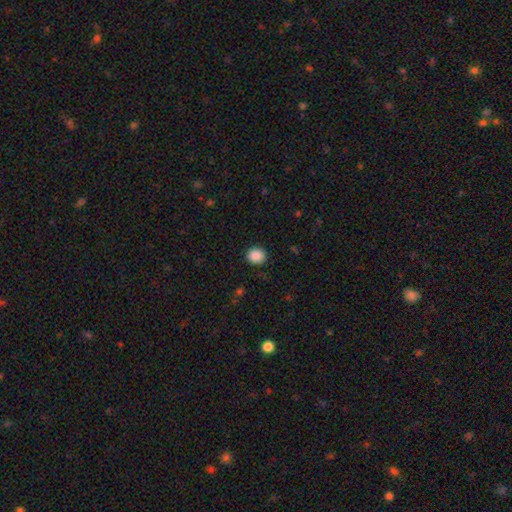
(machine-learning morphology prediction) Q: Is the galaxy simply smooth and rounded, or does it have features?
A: smooth — 88%.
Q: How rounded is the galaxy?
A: round — 73%.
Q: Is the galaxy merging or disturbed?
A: none — 90%.